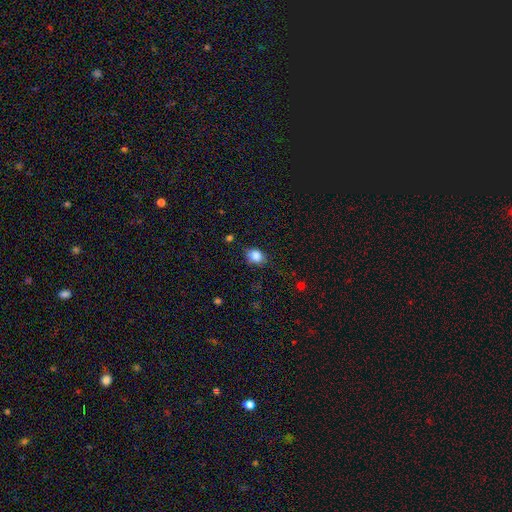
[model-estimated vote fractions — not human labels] Smooth or featured?
  - smooth: 85% *
  - star or artifact: 9%
  - featured or disk: 6%
How rounded?
  - in between: 51% *
  - round: 48%
  - cigar-shaped: 1%
Merging?
  - none: 77% *
  - minor disturbance: 18%
  - major disturbance: 4%
  - merger: 1%